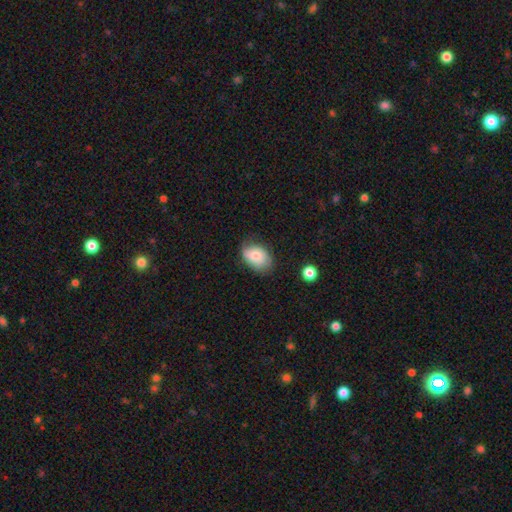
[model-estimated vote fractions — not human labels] The model was most divided on "merging": none: 59%, minor disturbance: 31%, major disturbance: 9%, merger: 2%. More confident: how rounded — in between (78%); smooth or featured — smooth (72%).